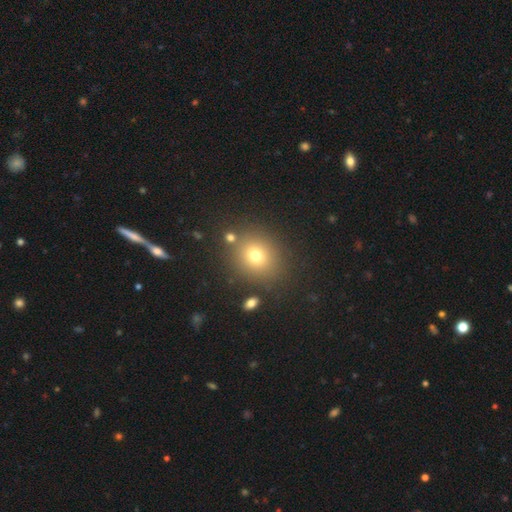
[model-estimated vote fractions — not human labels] Overall: smooth (73%). How rounded: round (72%). Merging: none (82%).